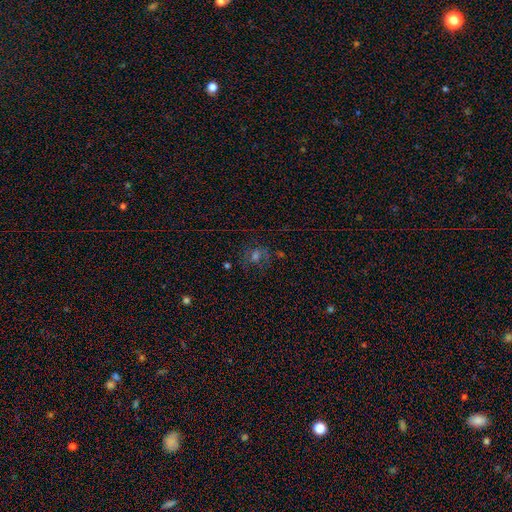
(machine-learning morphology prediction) The model was most divided on "smooth or featured" (2-way tie): featured or disk: 34%, star or artifact: 34%, smooth: 31%. More confident: merging — none (65%).